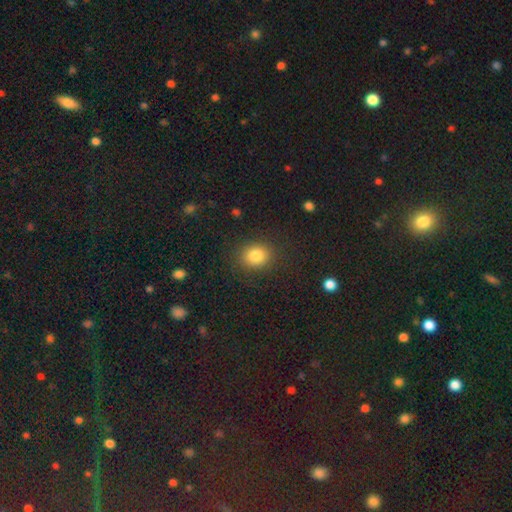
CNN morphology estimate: A smooth galaxy with no disk features (83%) that is round (70%). Merging: none (86%).